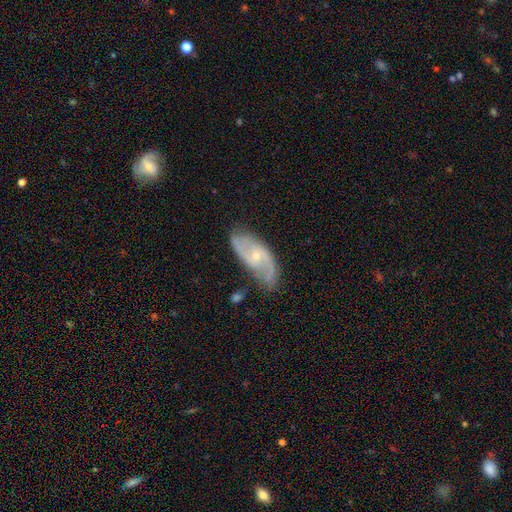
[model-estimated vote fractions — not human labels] Smooth or featured? featured or disk (83%)
Edge-on disk? no (94%)
Bar? no (57%)
Spiral arms? yes (94%)
Spiral winding? medium (48%)
Spiral arm count? 2 (81%)
Bulge size? small (67%)
Merging? none (69%)